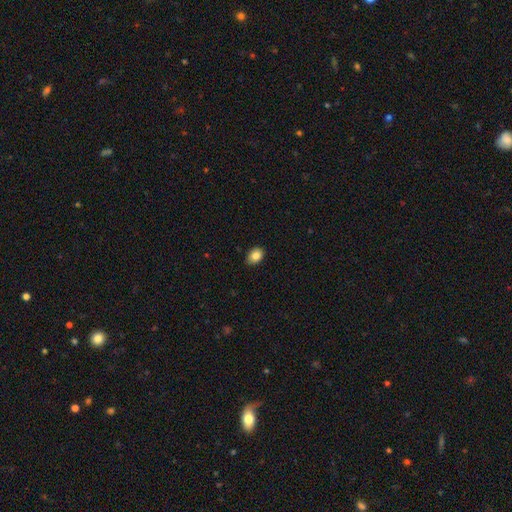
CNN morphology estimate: This is clearly a smooth galaxy (85%). How rounded: likely in between (74%). Merging: clearly none (86%).